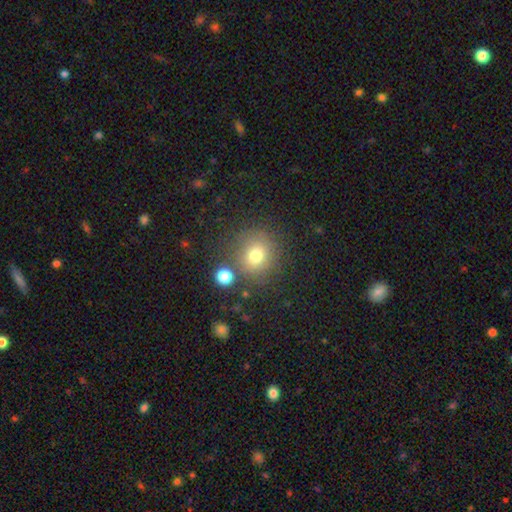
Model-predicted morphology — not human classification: smooth_or_featured: smooth (p=0.73) [alt: star or artifact p=0.15]
how_rounded: round (p=0.88) [alt: in between p=0.11]
merging: none (p=0.76) [alt: minor disturbance p=0.10]